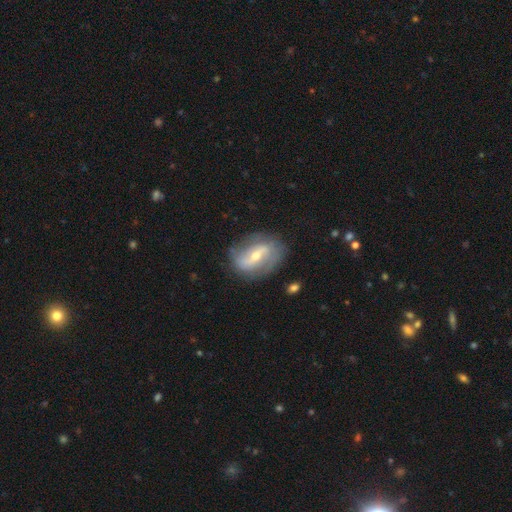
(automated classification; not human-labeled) The model was most divided on "bulge size": moderate: 50%, small: 46%, large: 2%, none: 1%, dominant: 1%. Remaining: edge-on disk — no (94%); spiral arm count — 2 (81%); spiral arms — yes (80%); smooth or featured — featured or disk (77%); merging — none (76%); spiral winding — loose (47%); bar — strong (46%).